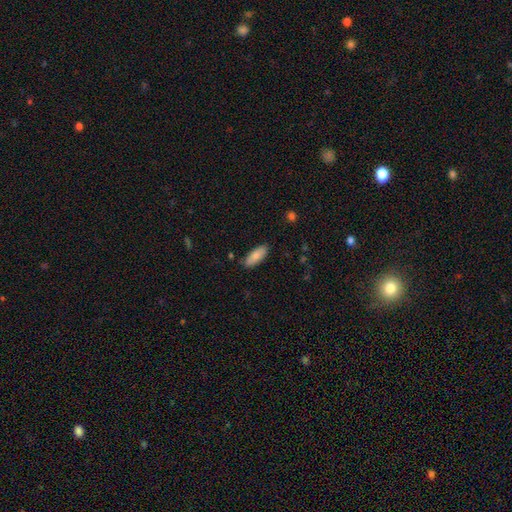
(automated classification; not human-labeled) A smooth galaxy with no disk features (83%) that is in between round and cigar-shaped (75%).

Vote fractions:
- Smooth or featured? smooth: 83% / featured or disk: 11% / star or artifact: 6%
- How rounded? in between: 75% / cigar-shaped: 23% / round: 2%
- Merging? none: 85% / minor disturbance: 11% / major disturbance: 2% / merger: 2%